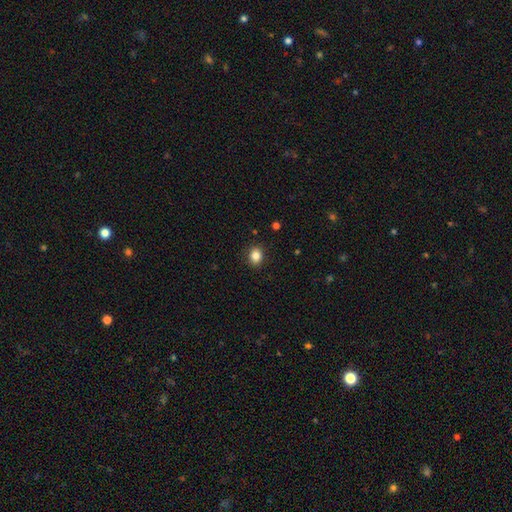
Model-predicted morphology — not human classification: Smooth or featured? Predicted: smooth (p=0.85). How rounded? Predicted: round (p=0.59). Merging? Predicted: none (p=0.89).